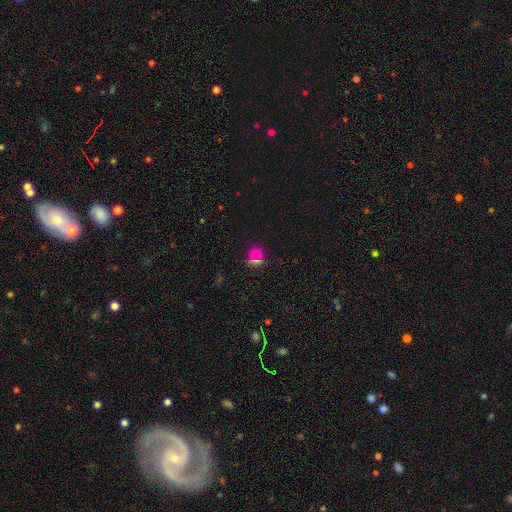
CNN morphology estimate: Smooth or featured? smooth (66%)
How rounded? round (85%)
Merging? none (70%)